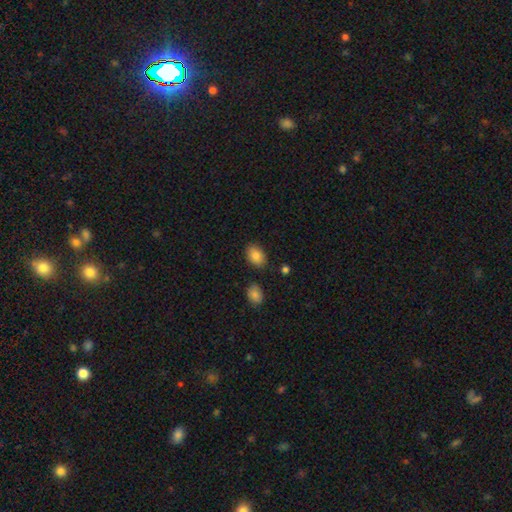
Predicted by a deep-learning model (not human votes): Smooth or featured: smooth — 86% (star or artifact — 8%)
How rounded: in between — 85% (round — 13%)
Merging: none — 83% (minor disturbance — 11%)